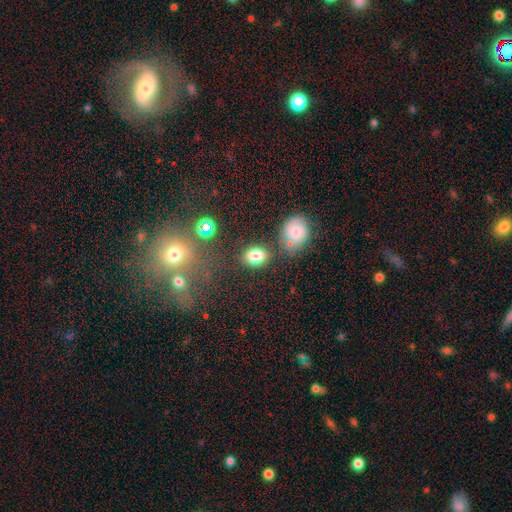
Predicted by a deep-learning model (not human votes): The model was most divided on "how rounded": in between: 64%, round: 35%, cigar-shaped: 1%. More confident: smooth or featured — smooth (80%); merging — none (75%).